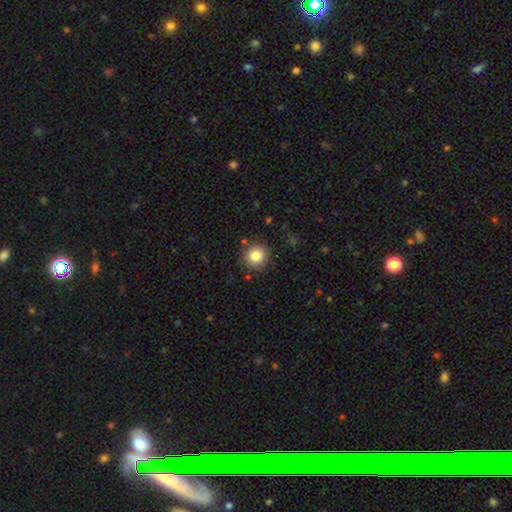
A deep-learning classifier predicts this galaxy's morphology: smooth 84%, star or artifact 10%, featured or disk 6%. Down the decision tree: how rounded — round (93%); merging — none (88%).